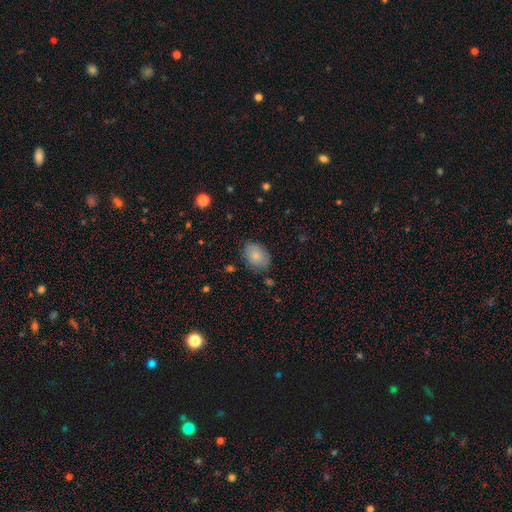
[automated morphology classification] smooth 82%, featured or disk 11%, star or artifact 7%. Down the decision tree: how rounded — in between (79%); merging — none (78%).